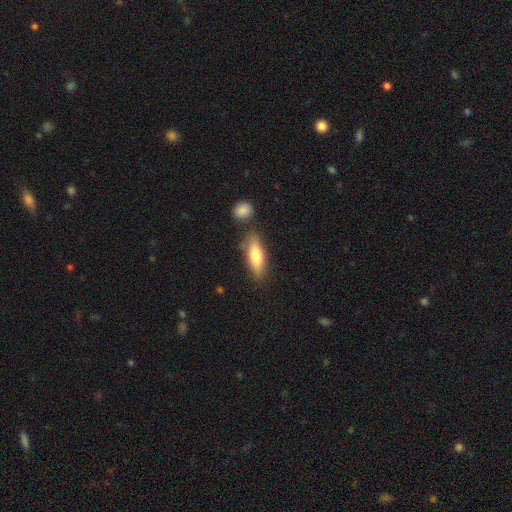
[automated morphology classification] type=smooth (72%); roundness=in between (54%); merging=none (76%).